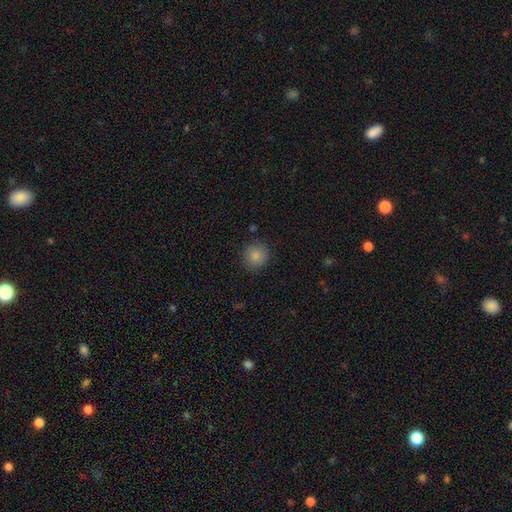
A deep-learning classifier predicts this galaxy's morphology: This appears to be a smooth galaxy with no disk features (86%) that is round (92%). Merging: none (87%).